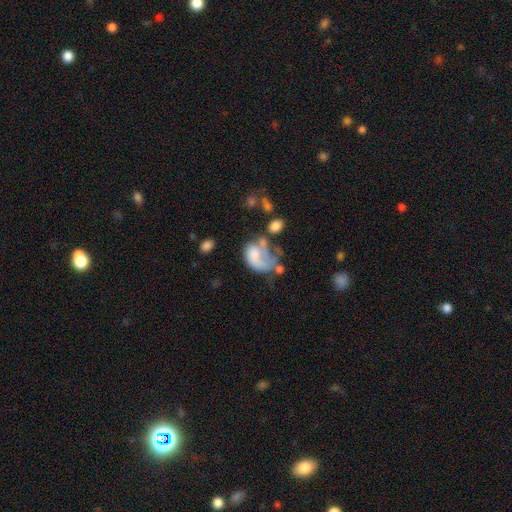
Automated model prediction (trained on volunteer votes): Q: Smooth or featured?
A: featured or disk (49%); runner-up: smooth (41%)
Q: Merging?
A: major disturbance (46%); runner-up: merger (22%)